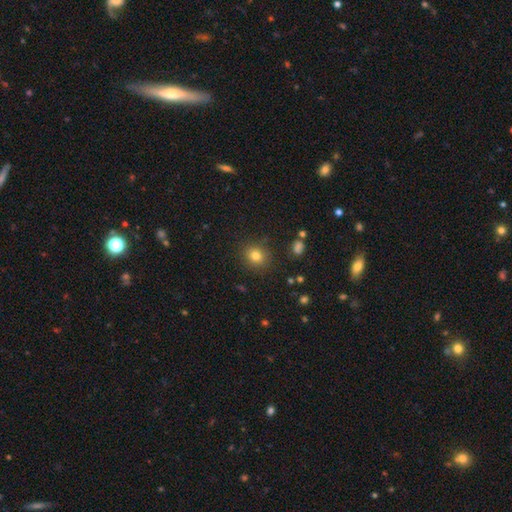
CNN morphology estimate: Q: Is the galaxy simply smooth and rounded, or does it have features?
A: smooth — 80%.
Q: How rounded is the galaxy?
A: round — 77%.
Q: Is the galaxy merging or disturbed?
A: none — 87%.